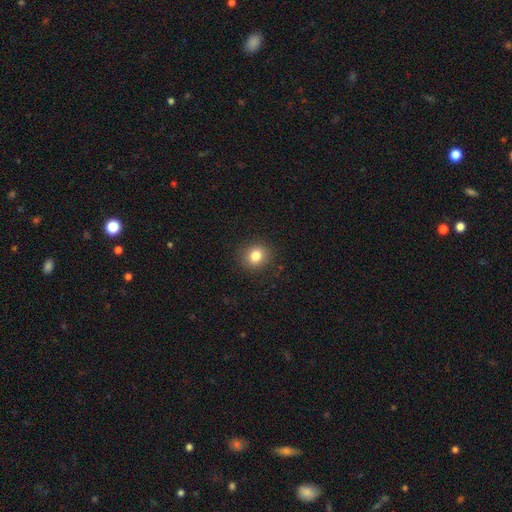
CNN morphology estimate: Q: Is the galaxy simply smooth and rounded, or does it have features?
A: smooth — 82%.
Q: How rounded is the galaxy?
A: round — 76%.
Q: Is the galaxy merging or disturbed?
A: none — 89%.